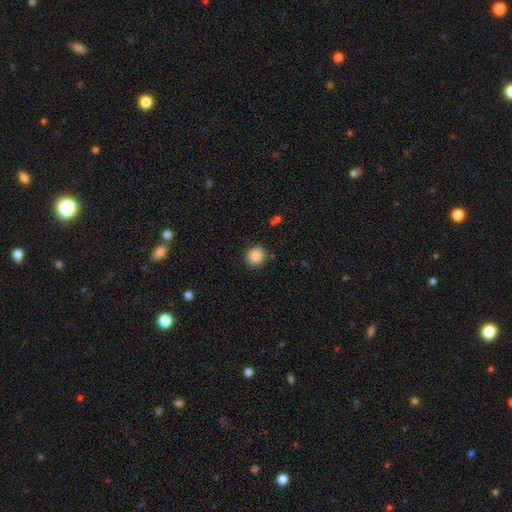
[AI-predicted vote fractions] Overall: smooth (86%). How rounded: round (83%). Merging: none (88%).